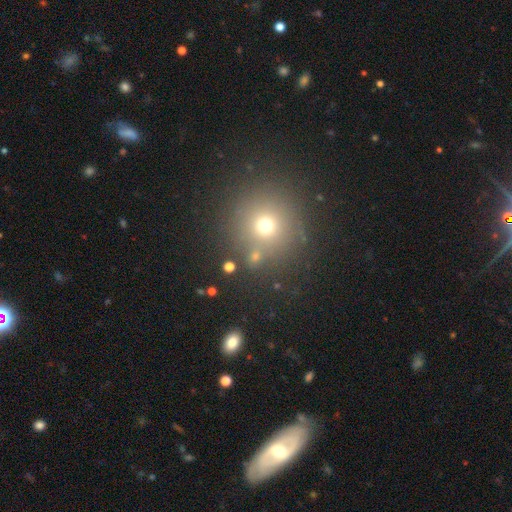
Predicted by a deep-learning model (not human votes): Smooth or featured? smooth (64%)
How rounded? round (93%)
Merging? none (82%)